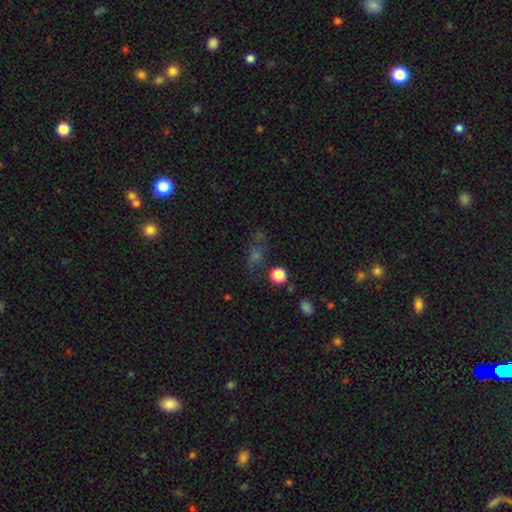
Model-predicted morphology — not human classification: Smooth or featured? Predicted: star or artifact (p=0.40).